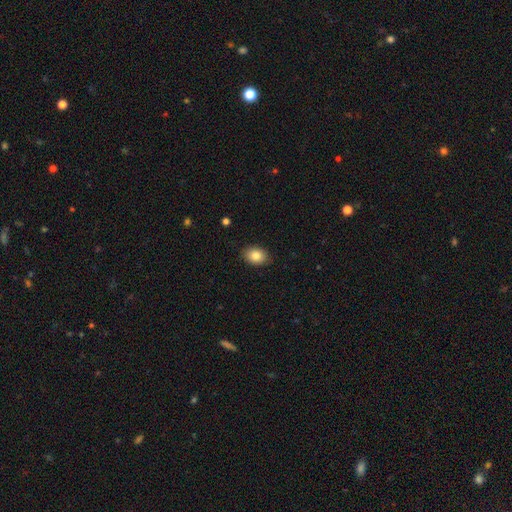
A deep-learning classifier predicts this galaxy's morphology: This is clearly a smooth galaxy (85%). How rounded: likely in between (73%). Merging: clearly none (88%).